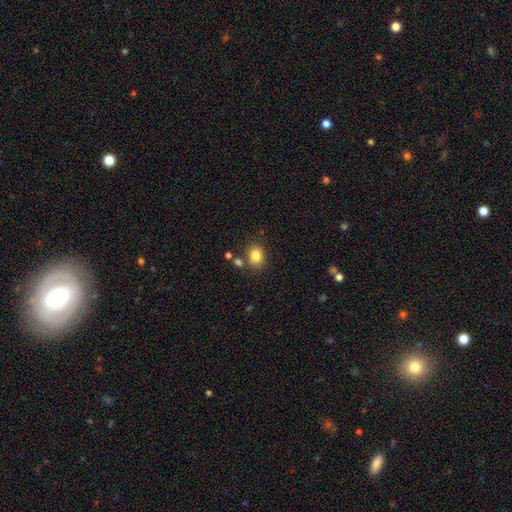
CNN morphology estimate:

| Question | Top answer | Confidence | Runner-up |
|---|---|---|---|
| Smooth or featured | smooth | 83% | star or artifact (11%) |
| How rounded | round | 62% | in between (38%) |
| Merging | none | 75% | minor disturbance (11%) |